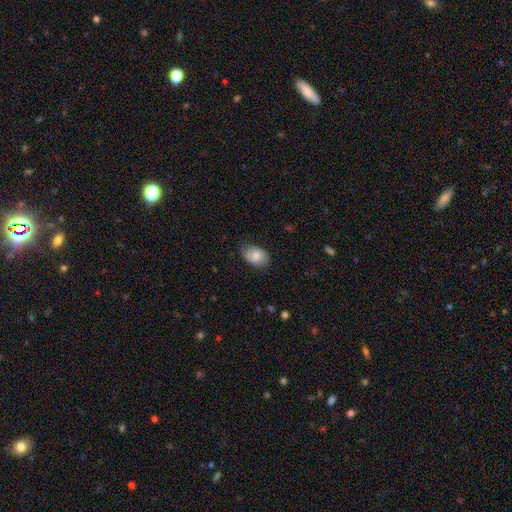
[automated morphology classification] smooth_or_featured: smooth (p=0.69) [alt: featured or disk p=0.24]
how_rounded: in between (p=0.85) [alt: round p=0.14]
merging: none (p=0.77) [alt: minor disturbance p=0.18]